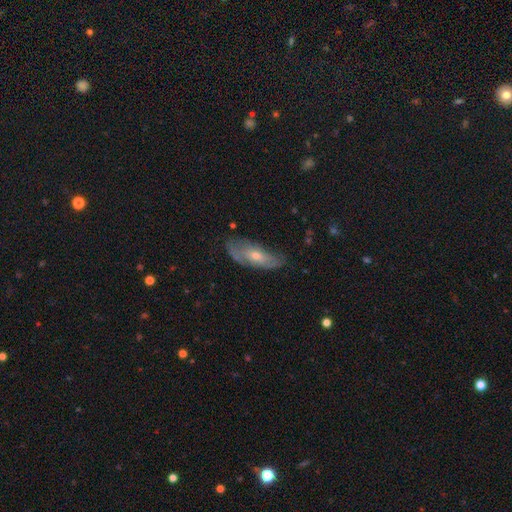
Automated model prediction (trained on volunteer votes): A featured or disk galaxy (57%). Merging: none (65%).